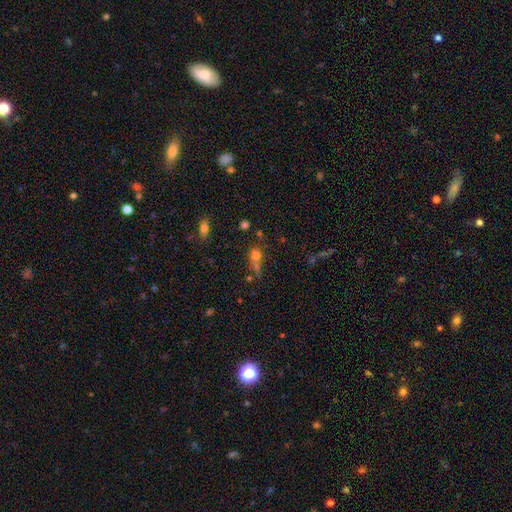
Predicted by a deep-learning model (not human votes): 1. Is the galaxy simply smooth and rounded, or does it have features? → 66% smooth, 19% star or artifact, 15% featured or disk.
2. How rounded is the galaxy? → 56% round, 35% in between, 9% cigar-shaped.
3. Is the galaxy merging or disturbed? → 40% none, 28% merger, 16% minor disturbance, 16% major disturbance.